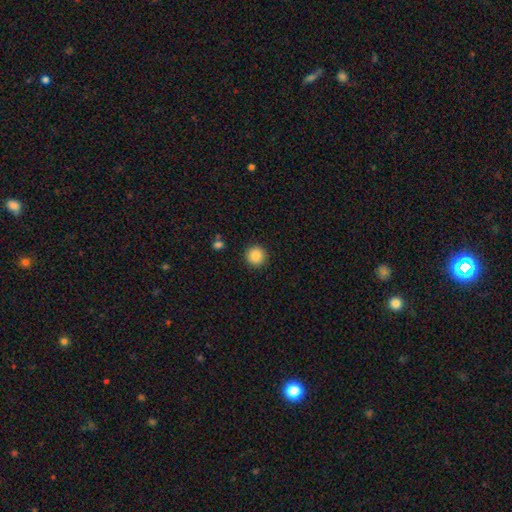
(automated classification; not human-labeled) A smooth galaxy with no disk features (87%) that is round (95%).

Vote fractions:
- Smooth or featured? smooth: 87% / star or artifact: 9% / featured or disk: 4%
- How rounded? round: 95% / in between: 5% / cigar-shaped: 1%
- Merging? none: 91% / minor disturbance: 5% / major disturbance: 2% / merger: 1%